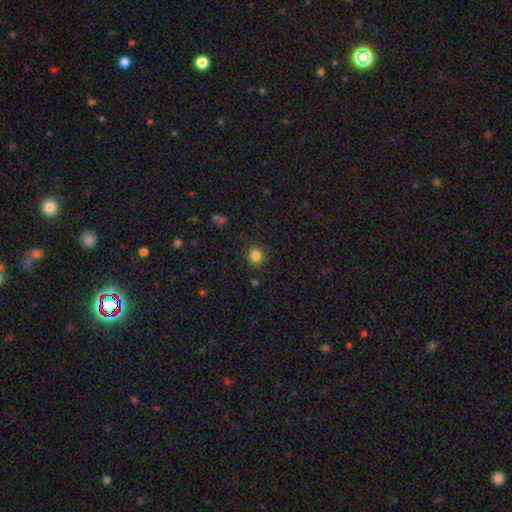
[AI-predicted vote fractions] This is clearly a smooth galaxy (83%). How rounded: clearly round (84%). Merging: clearly none (88%).